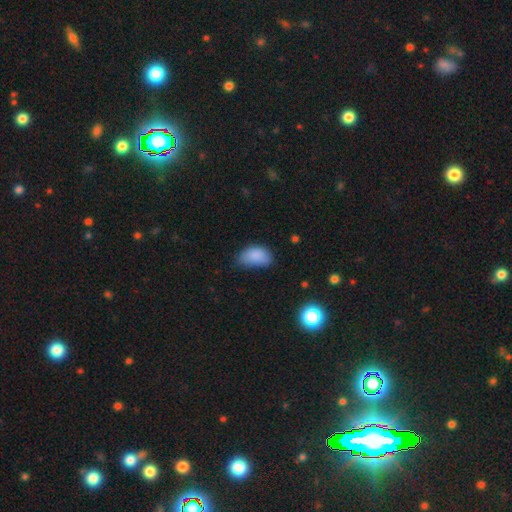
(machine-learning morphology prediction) Smooth or featured? smooth (85%)
How rounded? in between (92%)
Merging? none (47%)